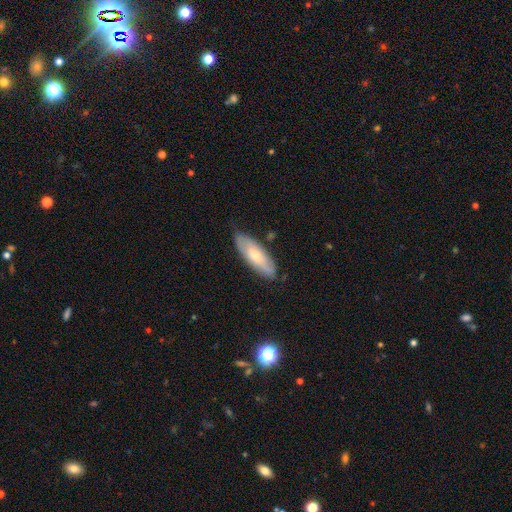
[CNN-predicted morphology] type=smooth (58%); roundness=in between (65%); merging=none (78%).